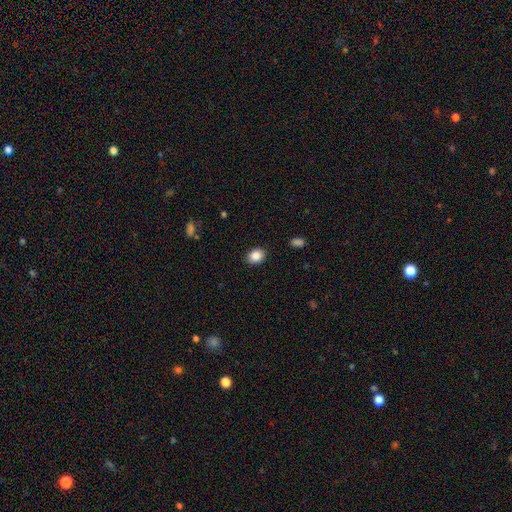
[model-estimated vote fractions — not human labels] Q: Smooth or featured?
A: smooth (86%); runner-up: star or artifact (9%)
Q: How rounded?
A: in between (61%); runner-up: round (39%)
Q: Merging?
A: none (88%); runner-up: minor disturbance (9%)